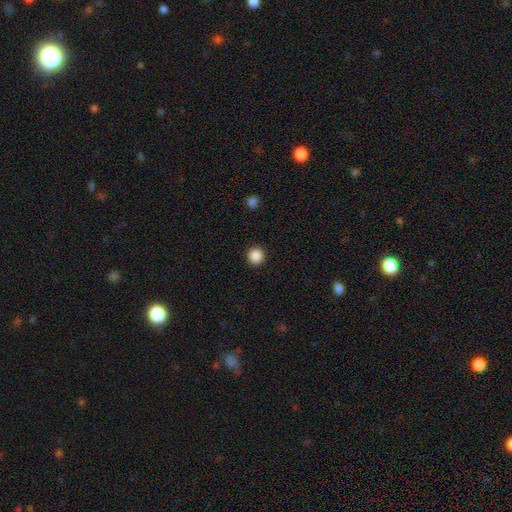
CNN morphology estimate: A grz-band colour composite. It shows a smooth galaxy with no disk features (88%) that is round (95%). Merging: none (93%).